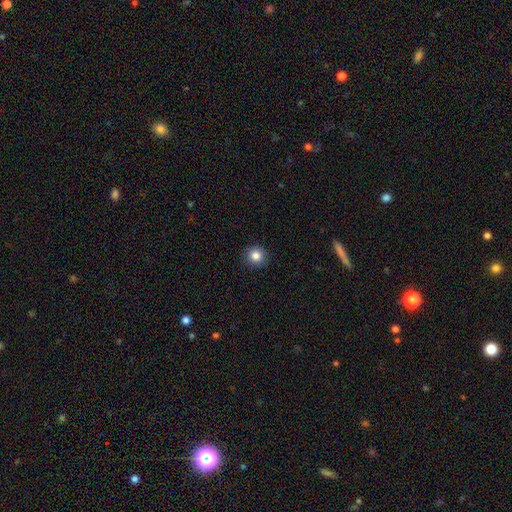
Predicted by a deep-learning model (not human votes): Smooth or featured? Predicted: smooth (p=0.84). How rounded? Predicted: round (p=0.94). Merging? Predicted: none (p=0.92).